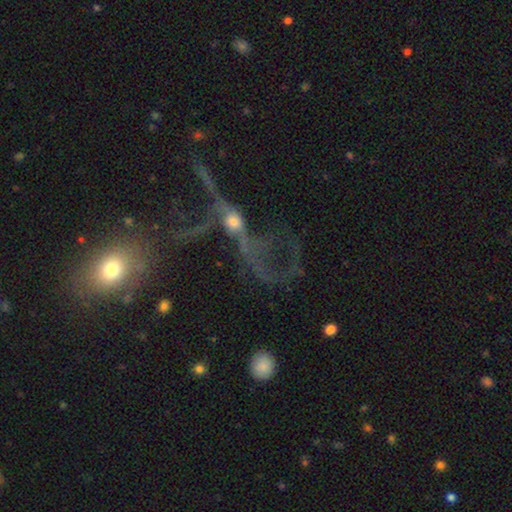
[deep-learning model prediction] Q: Smooth or featured?
A: featured or disk (57%); runner-up: star or artifact (27%)
Q: Edge-on disk?
A: no (80%); runner-up: yes (20%)
Q: Merging?
A: major disturbance (41%); runner-up: none (29%)